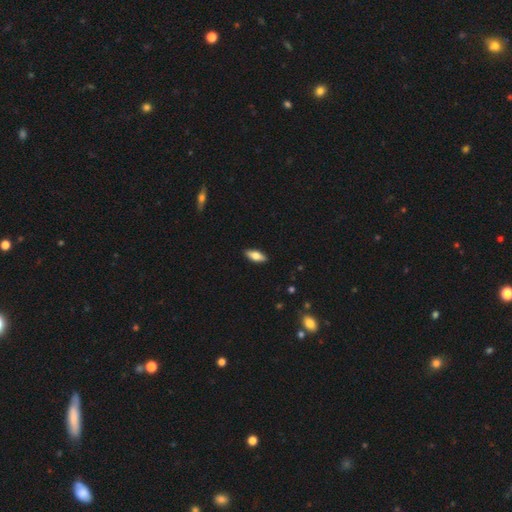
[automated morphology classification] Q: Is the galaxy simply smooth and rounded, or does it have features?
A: smooth — 68%.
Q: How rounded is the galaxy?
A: in between — 73%.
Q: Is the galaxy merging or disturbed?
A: none — 89%.